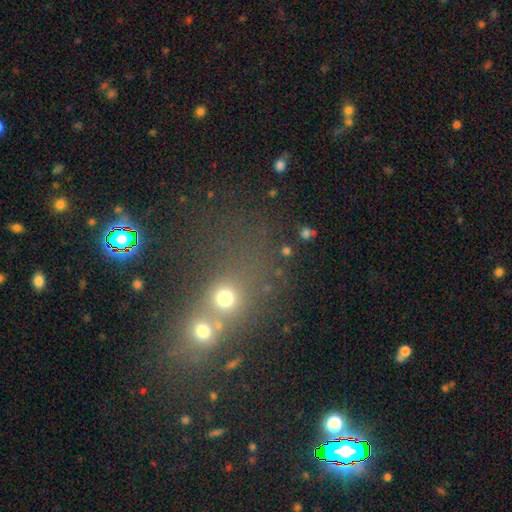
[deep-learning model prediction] Smooth or featured?
  - star or artifact: 43% *
  - smooth: 41%
  - featured or disk: 16%